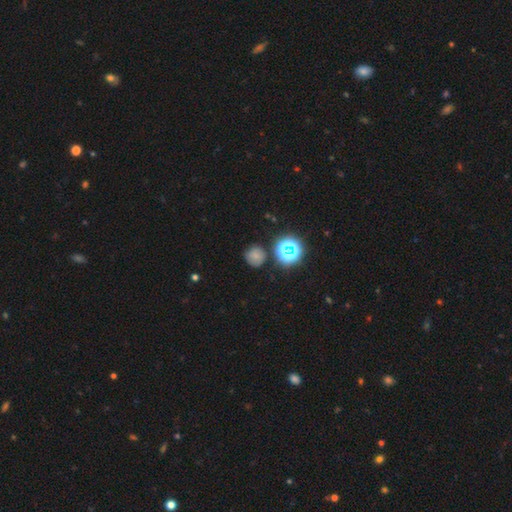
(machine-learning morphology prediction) A smooth galaxy with no disk features (69%) that is round (88%).

Vote fractions:
- Smooth or featured? smooth: 69% / star or artifact: 21% / featured or disk: 9%
- How rounded? round: 88% / in between: 11% / cigar-shaped: 1%
- Merging? none: 77% / minor disturbance: 14% / major disturbance: 4% / merger: 4%